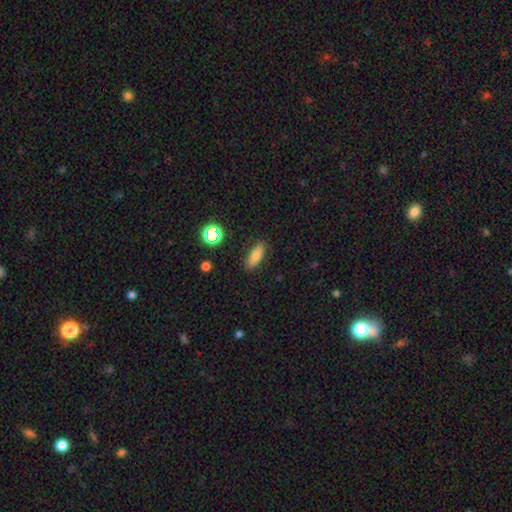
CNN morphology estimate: smooth-or-featured: smooth: 73% | featured or disk: 15% | star or artifact: 11%
  how-rounded: in between: 74% | cigar-shaped: 21% | round: 5%
  merging: none: 83% | minor disturbance: 12% | major disturbance: 3% | merger: 2%